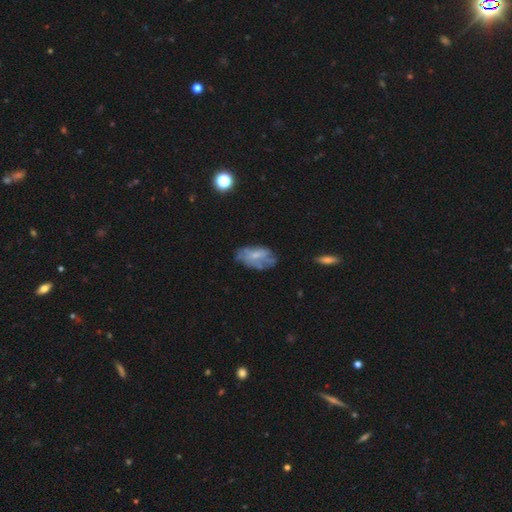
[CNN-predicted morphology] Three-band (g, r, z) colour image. It shows a featured or disk galaxy (51%). Merging: none (52%).